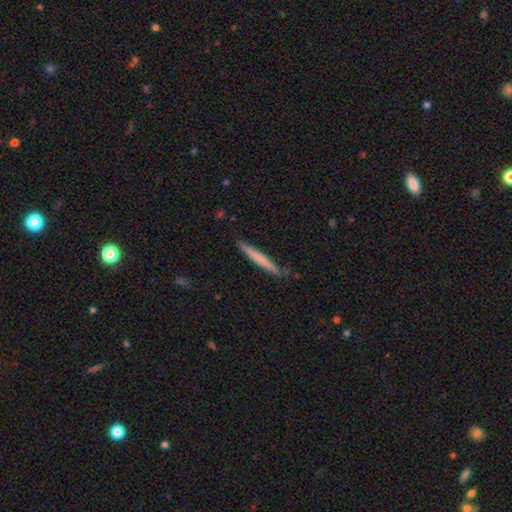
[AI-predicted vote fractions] A smooth galaxy with no disk features (60%) that is cigar-shaped (97%).

Vote fractions:
- Smooth or featured? smooth: 60% / featured or disk: 34% / star or artifact: 5%
- How rounded? cigar-shaped: 97% / in between: 2% / round: 1%
- Merging? none: 88% / minor disturbance: 9% / major disturbance: 1% / merger: 1%